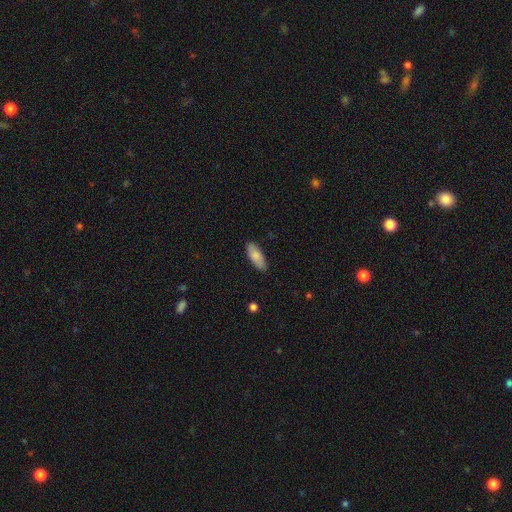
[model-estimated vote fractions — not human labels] A smooth galaxy with no disk features (83%) that is in between round and cigar-shaped (75%). Merging: none (85%).